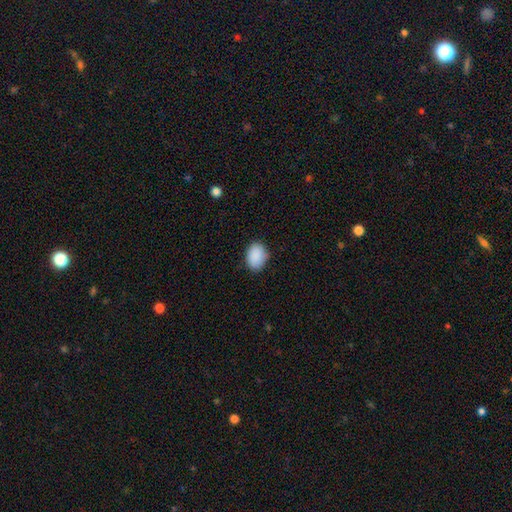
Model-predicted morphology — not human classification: A smooth galaxy with no disk features (90%) that is in between round and cigar-shaped (72%). Merging: none (81%).